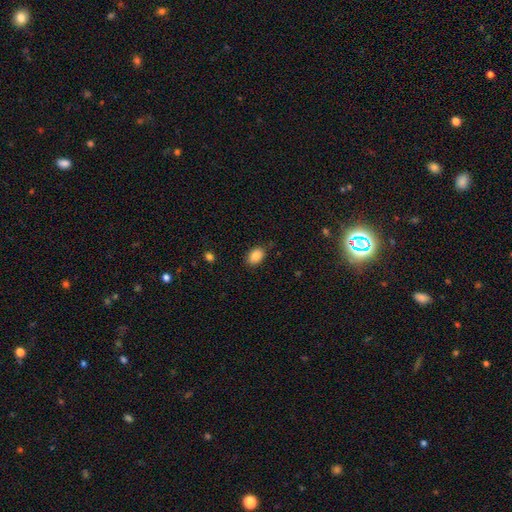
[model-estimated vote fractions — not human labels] smooth-or-featured: smooth: 88% | star or artifact: 8% | featured or disk: 4%
  how-rounded: in between: 83% | round: 16% | cigar-shaped: 1%
  merging: none: 82% | minor disturbance: 13% | major disturbance: 3% | merger: 1%